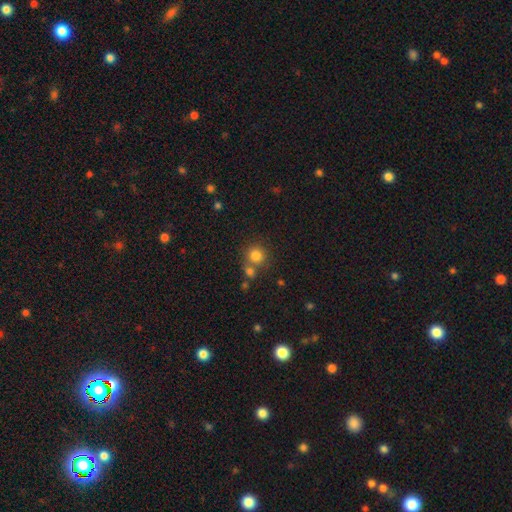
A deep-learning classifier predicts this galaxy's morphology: smooth_or_featured: smooth (p=0.81) [alt: star or artifact p=0.12]
how_rounded: round (p=0.90) [alt: in between p=0.09]
merging: none (p=0.64) [alt: merger p=0.24]